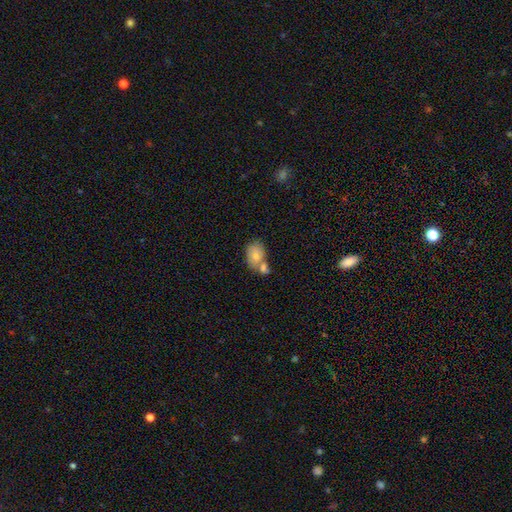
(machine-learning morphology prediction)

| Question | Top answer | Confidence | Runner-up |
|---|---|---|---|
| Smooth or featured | smooth | 77% | featured or disk (15%) |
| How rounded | in between | 79% | round (19%) |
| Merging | merger | 50% | none (33%) |